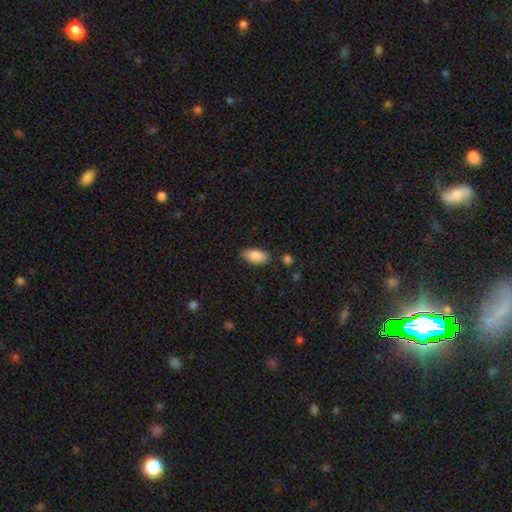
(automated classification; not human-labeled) smooth_or_featured: smooth (p=0.88) [alt: star or artifact p=0.07]
how_rounded: in between (p=0.92) [alt: cigar-shaped p=0.06]
merging: none (p=0.84) [alt: minor disturbance p=0.11]